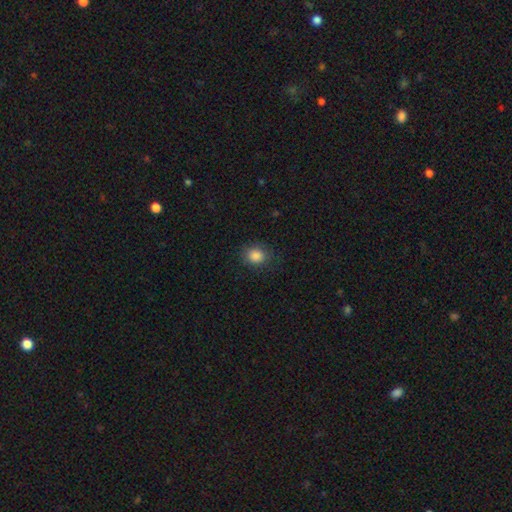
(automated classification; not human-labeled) The model was most divided on "how rounded": round: 68%, in between: 31%, cigar-shaped: 1%. More confident: smooth or featured — smooth (86%); merging — none (84%).